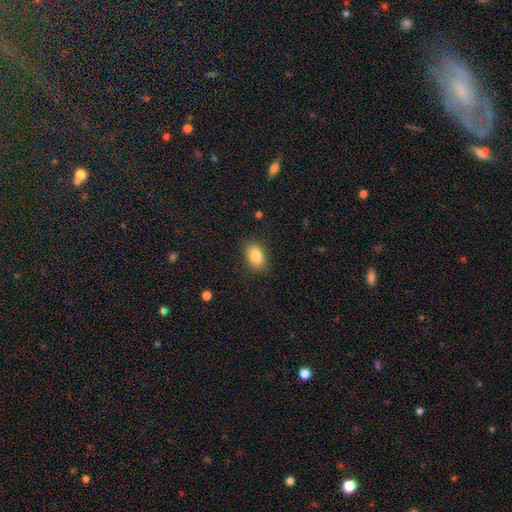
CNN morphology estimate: smooth_or_featured: smooth (p=0.85) [alt: star or artifact p=0.08]
how_rounded: in between (p=0.88) [alt: round p=0.10]
merging: none (p=0.86) [alt: minor disturbance p=0.10]